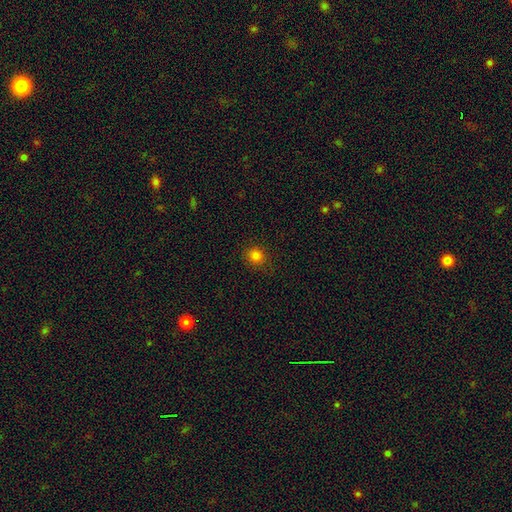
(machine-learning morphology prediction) smooth-or-featured: smooth: 82% | star or artifact: 14% | featured or disk: 5%
  how-rounded: round: 83% | in between: 16% | cigar-shaped: 1%
  merging: none: 87% | minor disturbance: 9% | major disturbance: 3% | merger: 1%